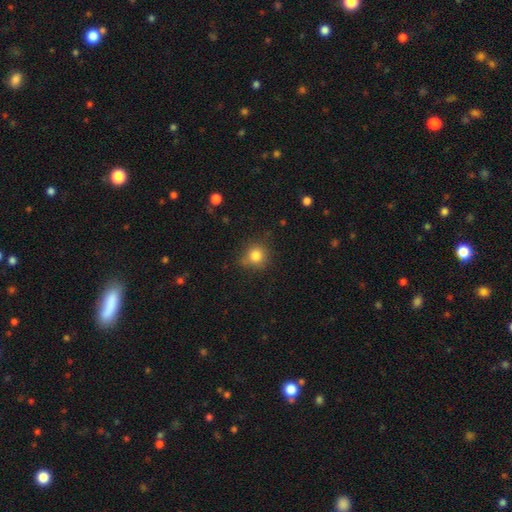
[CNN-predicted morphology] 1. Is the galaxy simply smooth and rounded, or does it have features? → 81% smooth, 12% star or artifact, 7% featured or disk.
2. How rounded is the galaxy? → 88% round, 11% in between, 1% cigar-shaped.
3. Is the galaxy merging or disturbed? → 75% none, 18% minor disturbance, 4% major disturbance, 3% merger.